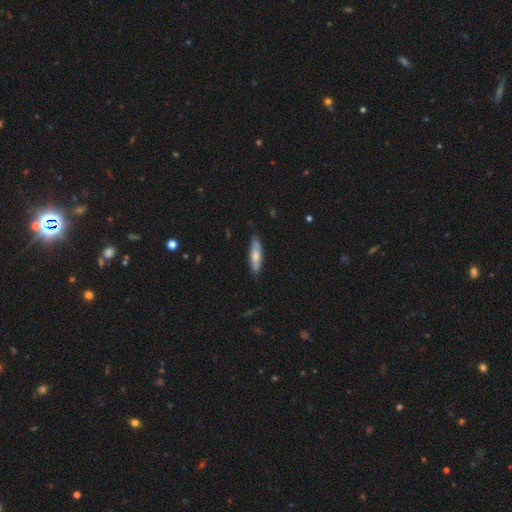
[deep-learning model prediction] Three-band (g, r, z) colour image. It shows a smooth galaxy with no disk features (63%) that is cigar-shaped (65%). Merging: none (76%).